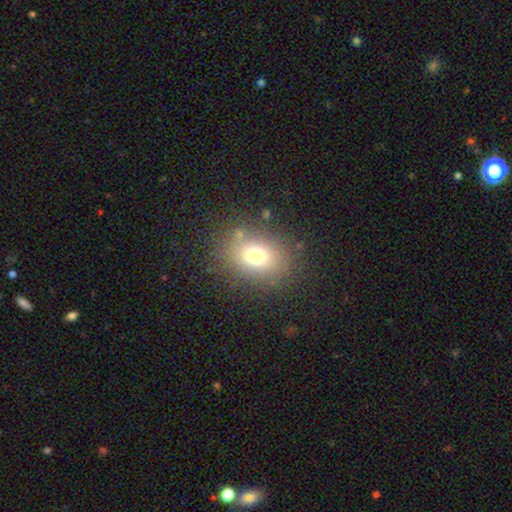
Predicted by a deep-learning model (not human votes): Smooth or featured? Predicted: smooth (p=0.73). How rounded? Predicted: in between (p=0.51). Merging? Predicted: none (p=0.80).